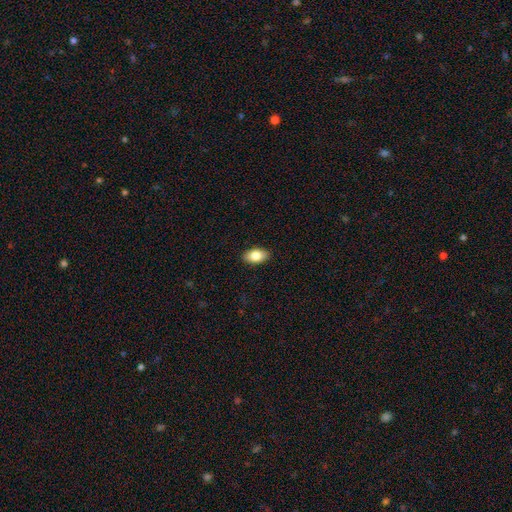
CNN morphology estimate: Smooth or featured?
  - smooth: 83% *
  - featured or disk: 10%
  - star or artifact: 7%
How rounded?
  - in between: 92% *
  - round: 6%
  - cigar-shaped: 2%
Merging?
  - none: 90% *
  - minor disturbance: 7%
  - major disturbance: 2%
  - merger: 1%